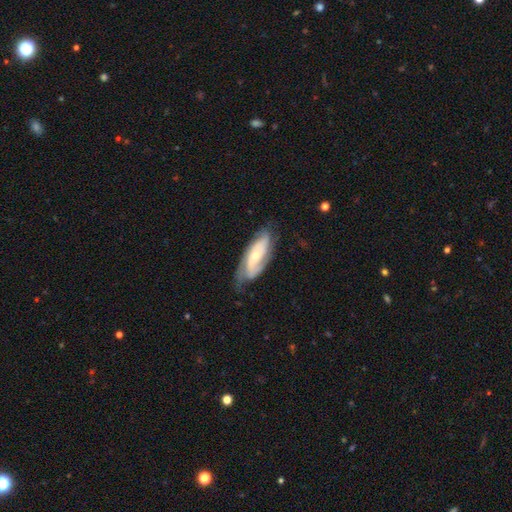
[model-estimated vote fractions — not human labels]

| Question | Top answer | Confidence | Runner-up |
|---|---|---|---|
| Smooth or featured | featured or disk | 75% | smooth (20%) |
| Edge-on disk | no | 90% | yes (10%) |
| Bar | no | 58% | weak (30%) |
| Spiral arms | yes | 93% | no (7%) |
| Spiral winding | medium | 41% | tied: tight (41%) |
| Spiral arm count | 2 | 62% | can't tell (19%) |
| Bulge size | small | 52% | moderate (43%) |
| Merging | none | 65% | minor disturbance (25%) |